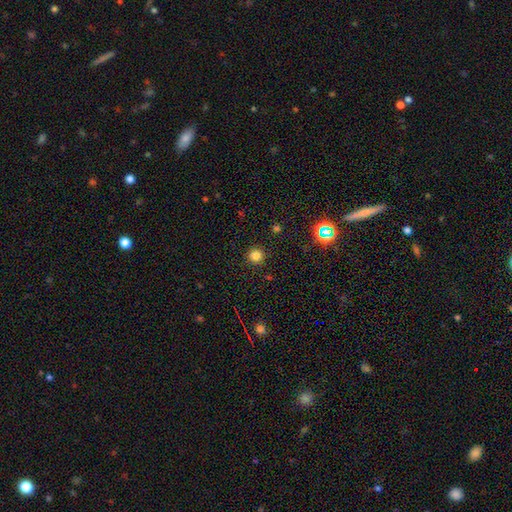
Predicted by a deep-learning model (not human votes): This is clearly a smooth galaxy (81%). How rounded: clearly round (95%). Merging: clearly none (92%).